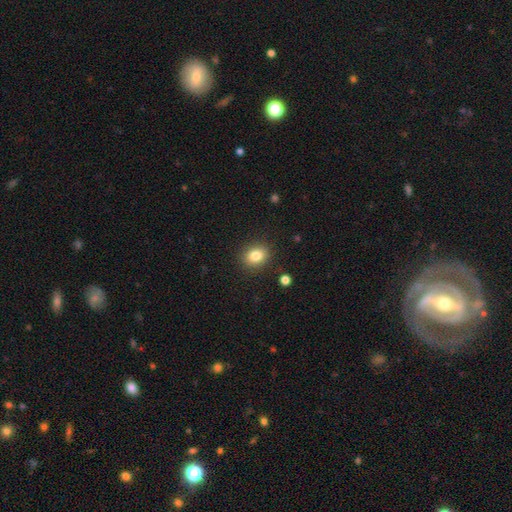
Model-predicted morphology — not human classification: This is clearly a smooth galaxy (83%). How rounded: possibly round (53%). Merging: clearly none (88%).